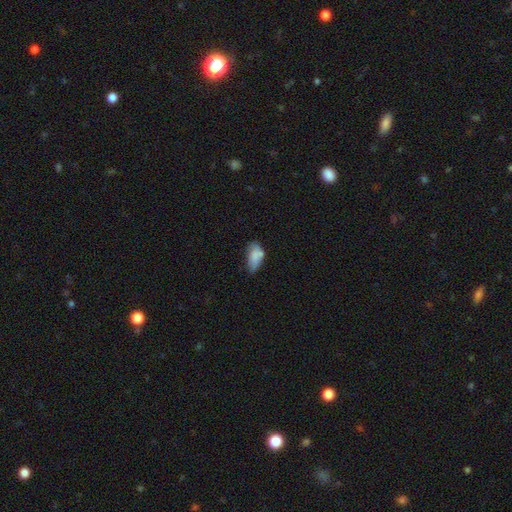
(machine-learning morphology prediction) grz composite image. It shows a smooth galaxy with no disk features (78%) that is in between round and cigar-shaped (91%). Merging: none (39%).